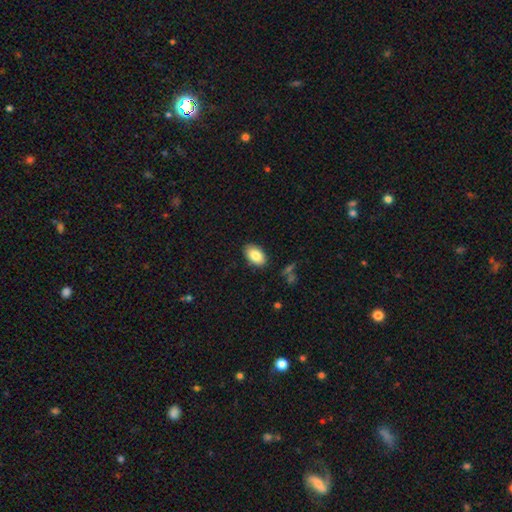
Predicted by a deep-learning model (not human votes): smooth_or_featured: smooth (p=0.85) [alt: featured or disk p=0.08]
how_rounded: in between (p=0.92) [alt: round p=0.06]
merging: none (p=0.86) [alt: minor disturbance p=0.10]